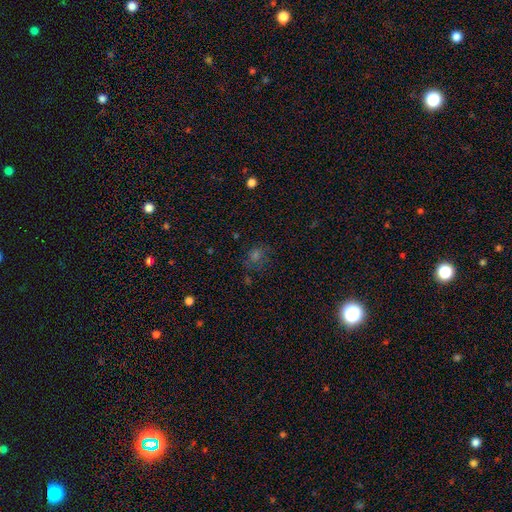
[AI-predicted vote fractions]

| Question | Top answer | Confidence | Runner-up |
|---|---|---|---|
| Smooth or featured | smooth | 46% | star or artifact (40%) |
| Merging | none | 72% | minor disturbance (16%) |